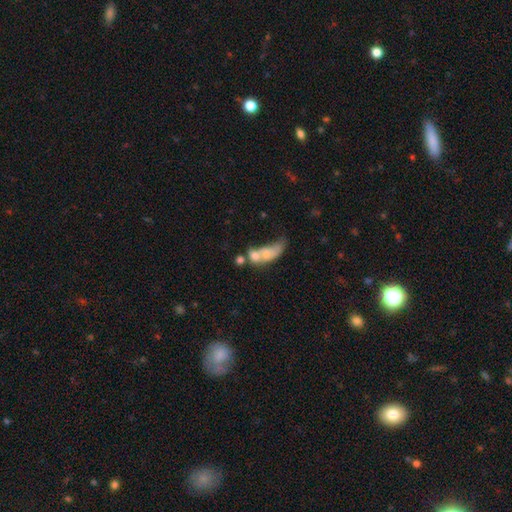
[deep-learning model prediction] A smooth galaxy with no disk features (41%). Merging: none (51%).